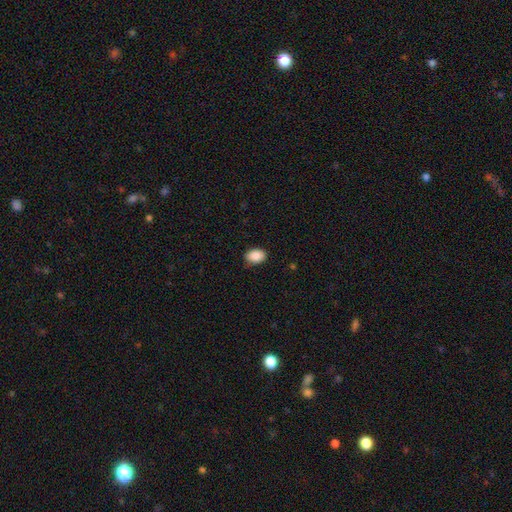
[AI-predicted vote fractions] The model was most divided on "merging": none: 84%, minor disturbance: 12%, major disturbance: 2%, merger: 1%. More confident: smooth or featured — smooth (89%); how rounded — in between (86%).